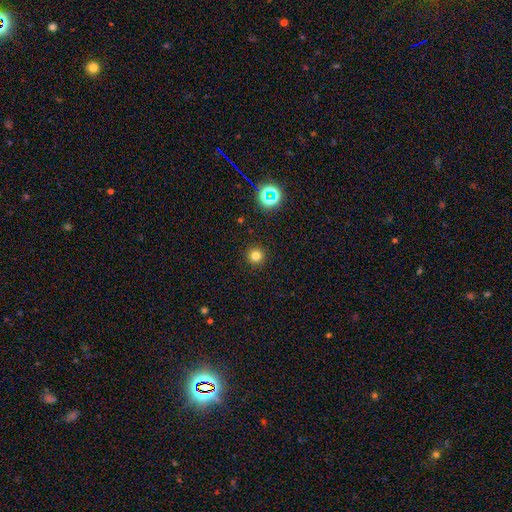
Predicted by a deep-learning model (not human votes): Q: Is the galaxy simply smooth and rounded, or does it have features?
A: smooth — 78%.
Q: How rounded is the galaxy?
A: round — 96%.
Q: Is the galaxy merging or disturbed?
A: none — 92%.